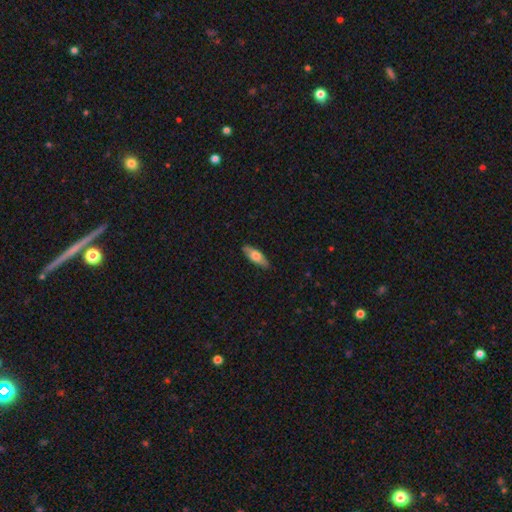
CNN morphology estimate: This appears to be a smooth galaxy with no disk features (60%) that is in between round and cigar-shaped (59%). Merging: none (86%).